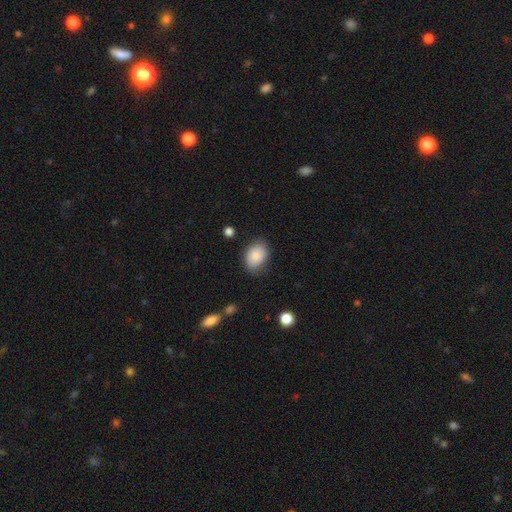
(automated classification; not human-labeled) smooth-or-featured: smooth: 88% | star or artifact: 7% | featured or disk: 5%
  how-rounded: in between: 79% | round: 20% | cigar-shaped: 1%
  merging: none: 76% | minor disturbance: 18% | major disturbance: 5% | merger: 2%